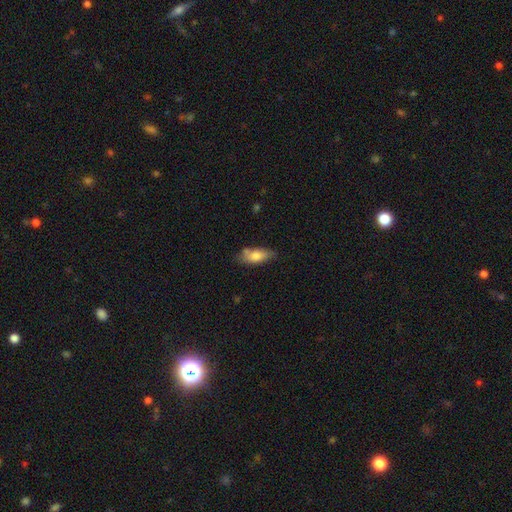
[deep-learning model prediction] This appears to be a smooth galaxy with no disk features (73%) that is in between round and cigar-shaped (80%). Merging: none (59%).